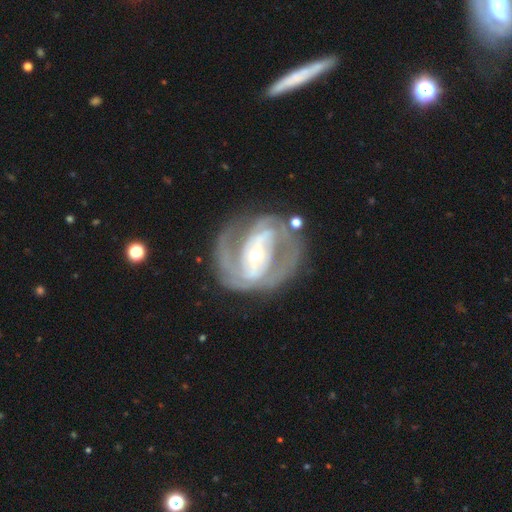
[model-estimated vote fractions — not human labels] This appears to be a featured or disk galaxy (88%) with a strong bar (53%), 2 (66%) medium (45%) spiral arms (93%) and a small central bulge (59%). Merging: none (67%).